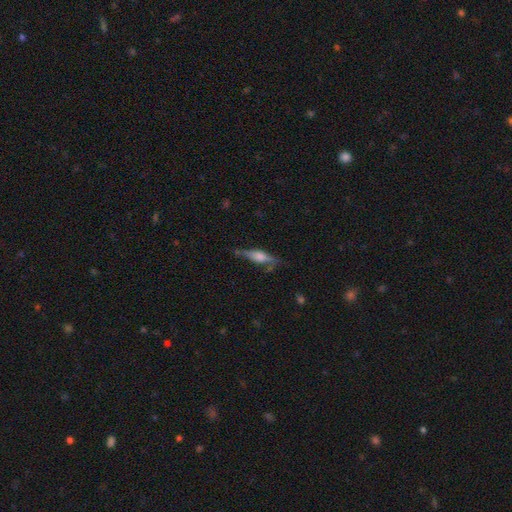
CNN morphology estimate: Smooth or featured? Predicted: featured or disk (p=0.64). Edge-on disk? Predicted: yes (p=0.91). Edge-on bulge? Predicted: rounded (p=0.73). Merging? Predicted: none (p=0.70).